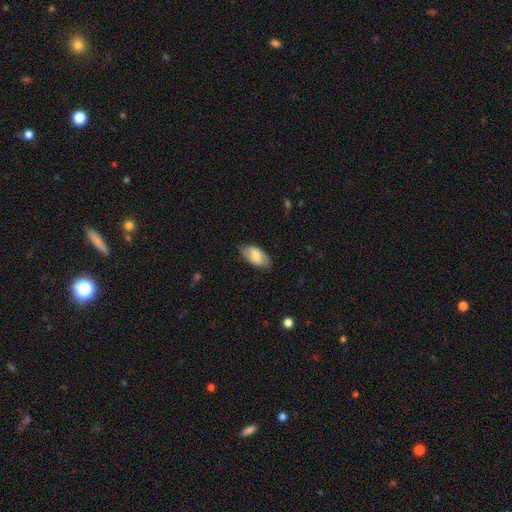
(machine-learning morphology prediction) smooth-or-featured: smooth: 73% | featured or disk: 20% | star or artifact: 6%
  how-rounded: in between: 94% | cigar-shaped: 4% | round: 3%
  merging: none: 79% | minor disturbance: 17% | major disturbance: 3% | merger: 1%